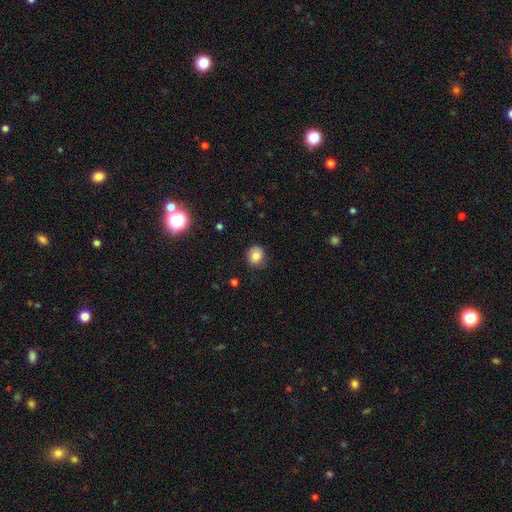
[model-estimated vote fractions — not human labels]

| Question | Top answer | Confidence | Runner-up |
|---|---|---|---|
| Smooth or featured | smooth | 82% | star or artifact (10%) |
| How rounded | round | 79% | in between (20%) |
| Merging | none | 79% | minor disturbance (16%) |